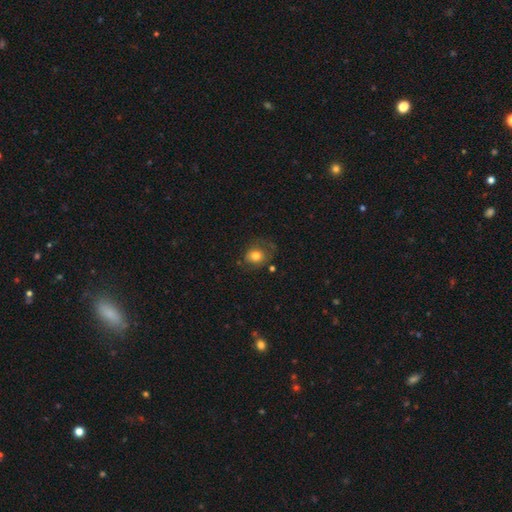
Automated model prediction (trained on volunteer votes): Smooth or featured?
  - smooth: 73% *
  - featured or disk: 17%
  - star or artifact: 10%
How rounded?
  - round: 60% *
  - in between: 39%
  - cigar-shaped: 1%
Merging?
  - none: 57% *
  - minor disturbance: 24%
  - major disturbance: 15%
  - merger: 3%